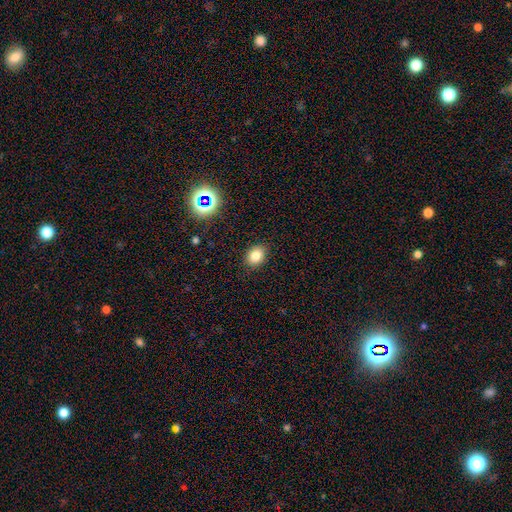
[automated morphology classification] The model was most divided on "how rounded": in between: 64%, round: 35%, cigar-shaped: 1%. More confident: merging — none (88%); smooth or featured — smooth (81%).